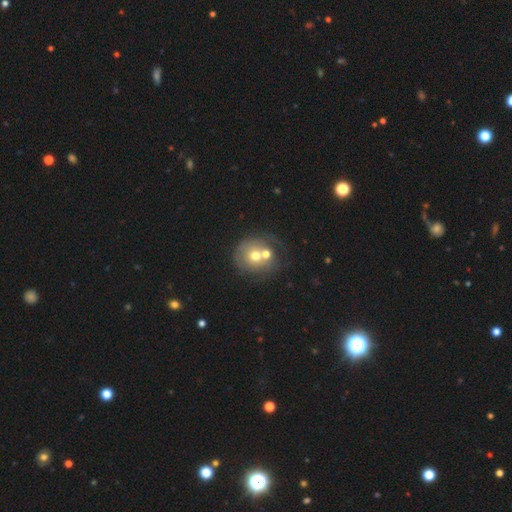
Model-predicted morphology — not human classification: This is possibly a smooth galaxy (52%). How rounded: clearly round (82%). Merging: marginally merger (43%).